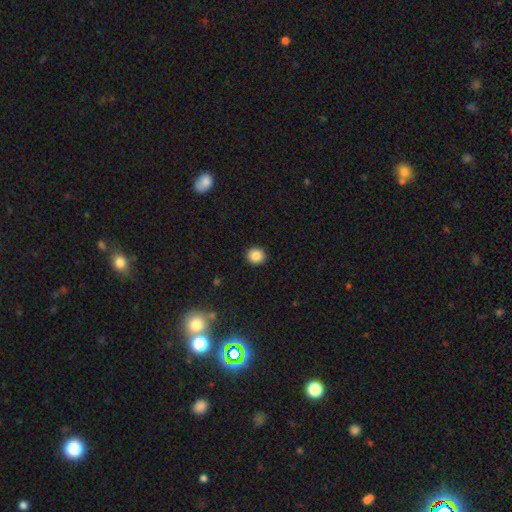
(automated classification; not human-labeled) This is clearly a smooth galaxy (86%). How rounded: clearly round (85%). Merging: clearly none (92%).